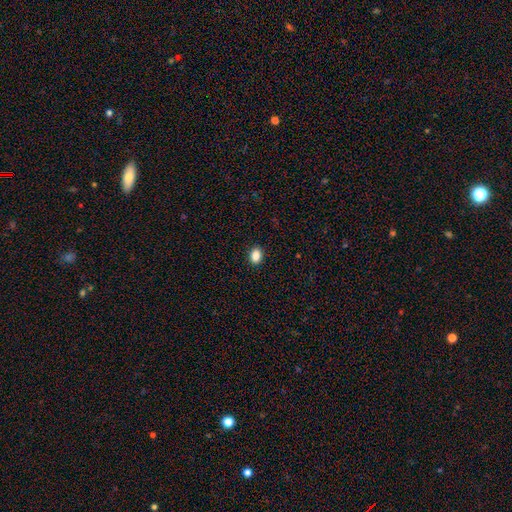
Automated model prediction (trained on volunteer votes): Smooth or featured? smooth (87%)
How rounded? in between (70%)
Merging? none (91%)